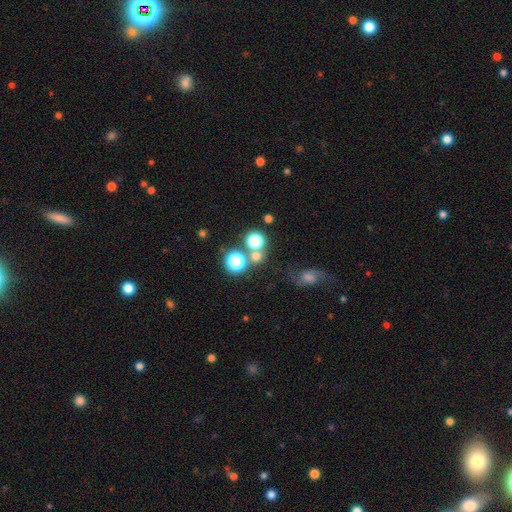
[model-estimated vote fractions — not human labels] The model was most divided on "merging": none: 60%, merger: 27%, minor disturbance: 8%, major disturbance: 5%. More confident: how rounded — round (87%); smooth or featured — smooth (63%).